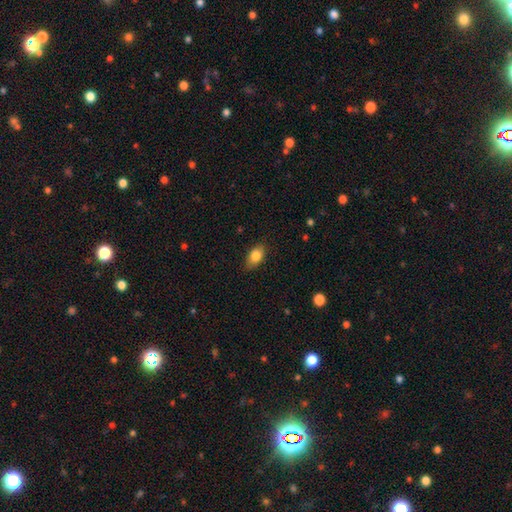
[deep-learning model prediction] Morphology: type=smooth (83%); roundness=in between (87%); merging=none (83%).